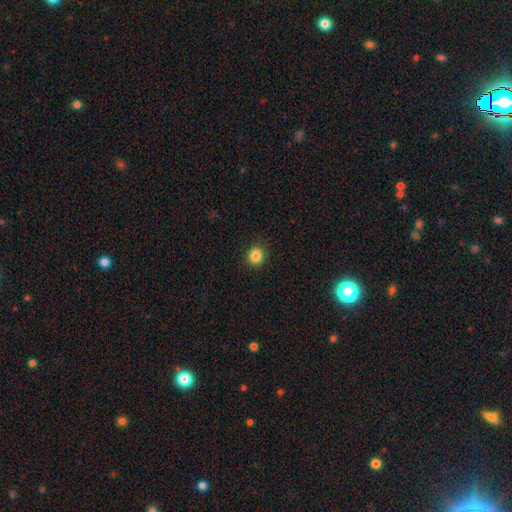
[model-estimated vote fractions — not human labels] Overall: smooth (85%). How rounded: round (87%). Merging: none (90%).